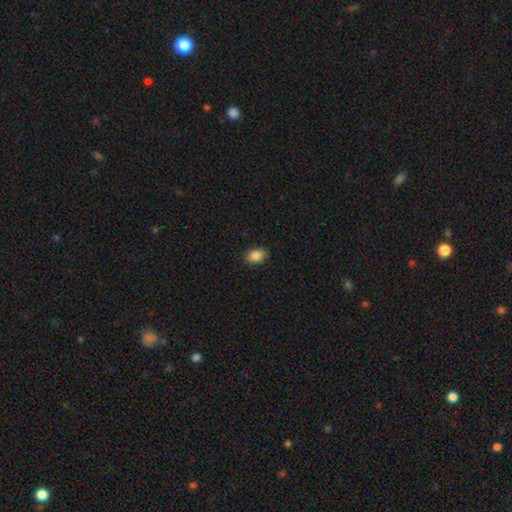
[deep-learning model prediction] smooth 88%, star or artifact 8%, featured or disk 4%. Down the decision tree: how rounded — in between (83%); merging — none (88%).